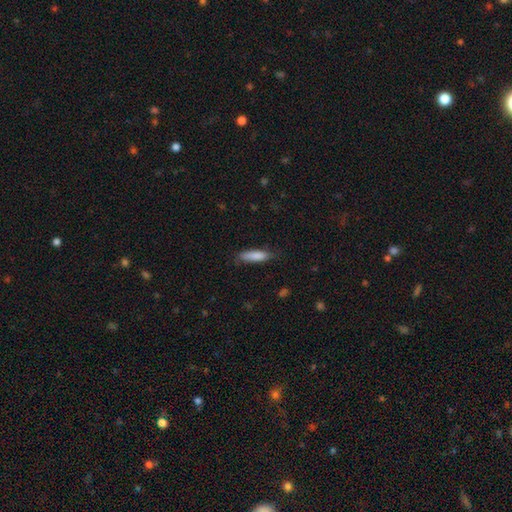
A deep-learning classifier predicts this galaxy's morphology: A smooth galaxy with no disk features (83%) that is cigar-shaped (66%).

Vote fractions:
- Smooth or featured? smooth: 83% / featured or disk: 10% / star or artifact: 6%
- How rounded? cigar-shaped: 66% / in between: 32% / round: 2%
- Merging? none: 75% / minor disturbance: 19% / major disturbance: 4% / merger: 1%